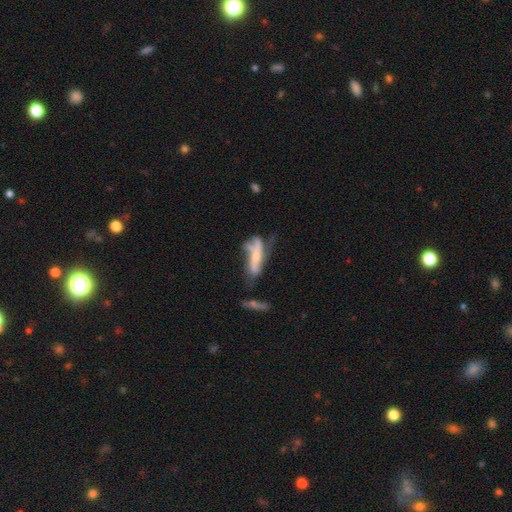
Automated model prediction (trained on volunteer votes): Morphology: type=featured or disk (57%); edge-on=no (67%); merging=none (29%, tied with major disturbance).